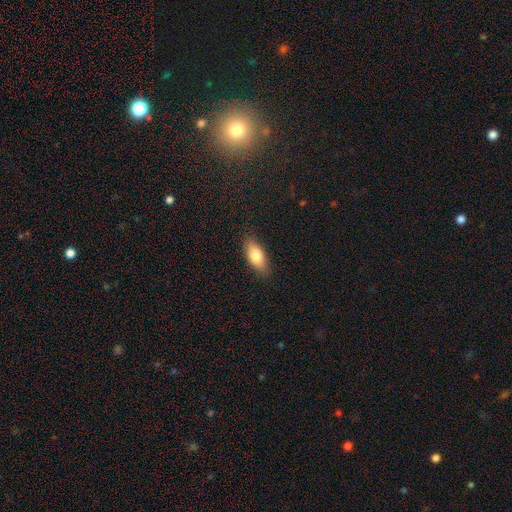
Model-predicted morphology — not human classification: Q: Smooth or featured?
A: smooth (79%); runner-up: featured or disk (14%)
Q: How rounded?
A: in between (82%); runner-up: cigar-shaped (15%)
Q: Merging?
A: none (86%); runner-up: minor disturbance (11%)